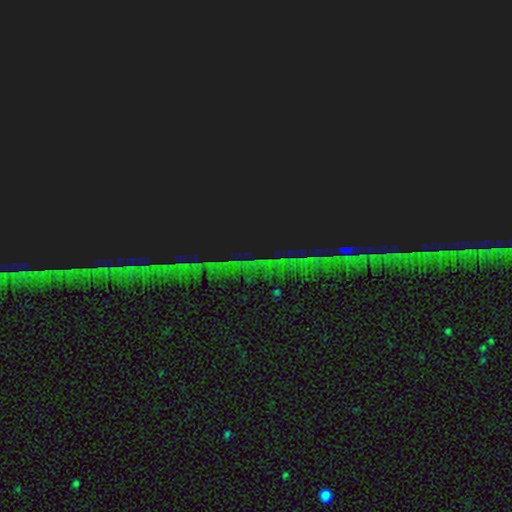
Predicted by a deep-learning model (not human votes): Q: Smooth or featured?
A: star or artifact (86%); runner-up: featured or disk (7%)